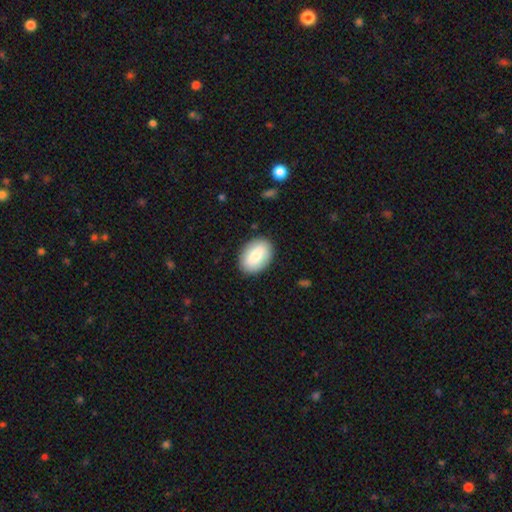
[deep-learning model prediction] Q: Smooth or featured?
A: smooth (81%); runner-up: featured or disk (13%)
Q: How rounded?
A: in between (84%); runner-up: round (15%)
Q: Merging?
A: none (88%); runner-up: minor disturbance (9%)